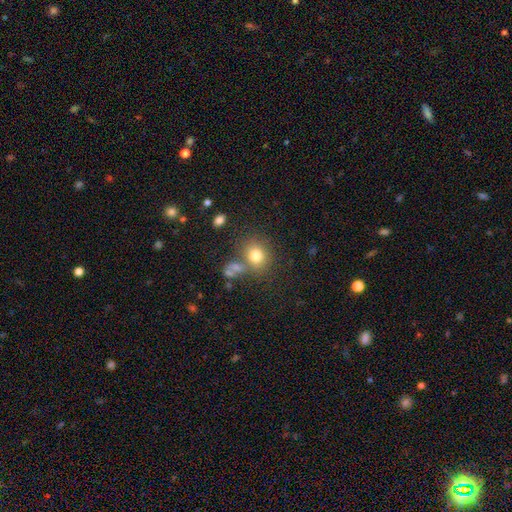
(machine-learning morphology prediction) A smooth galaxy with no disk features (77%) that is round (68%). Merging: none (65%).